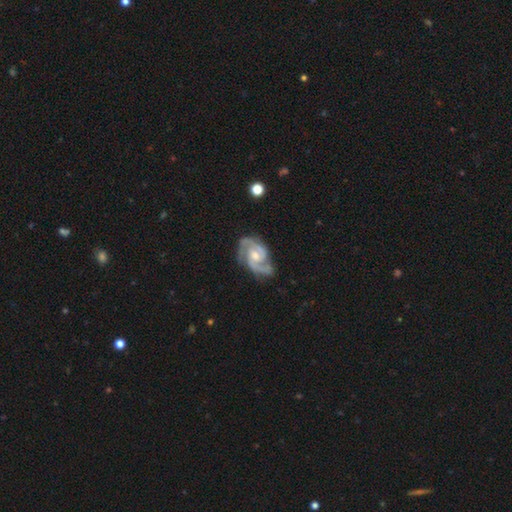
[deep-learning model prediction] smooth_or_featured: featured or disk (p=0.92) [alt: smooth p=0.04]
disk_edge_on: no (p=0.98) [alt: yes p=0.02]
bar: no (p=0.46) [alt: weak p=0.44]
has_spiral_arms: yes (p=0.98) [alt: no p=0.02]
spiral_winding: medium (p=0.53) [alt: tight p=0.37]
spiral_arm_count: 2 (p=0.71) [alt: 3 p=0.19]
bulge_size: moderate (p=0.58) [alt: small p=0.34]
merging: none (p=0.69) [alt: minor disturbance p=0.22]